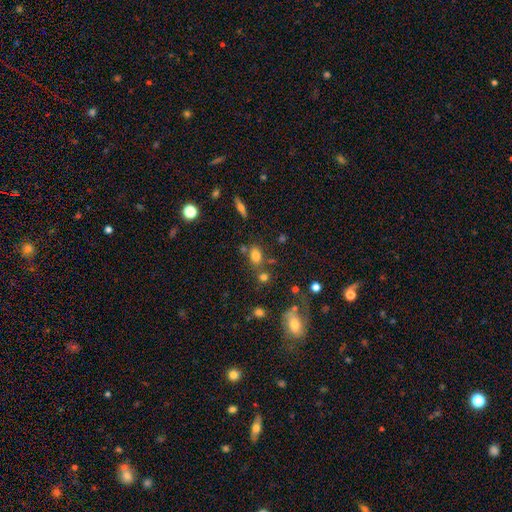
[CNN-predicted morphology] A smooth galaxy with no disk features (76%) that is in between round and cigar-shaped (68%). Merging: none (64%).